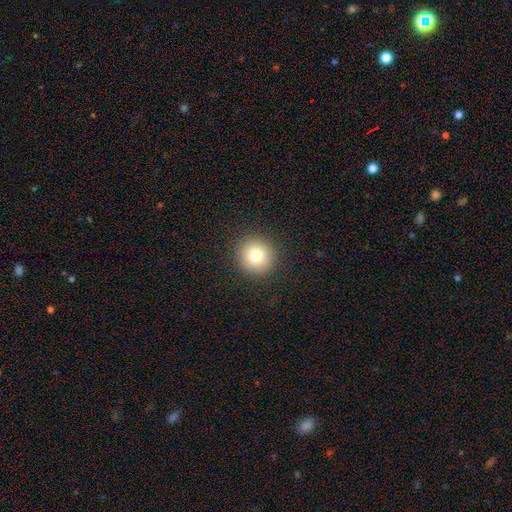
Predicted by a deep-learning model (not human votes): A smooth galaxy with no disk features (79%) that is round (94%).

Vote fractions:
- Smooth or featured? smooth: 79% / star or artifact: 12% / featured or disk: 9%
- How rounded? round: 94% / in between: 5% / cigar-shaped: 1%
- Merging? none: 91% / minor disturbance: 5% / major disturbance: 2% / merger: 1%